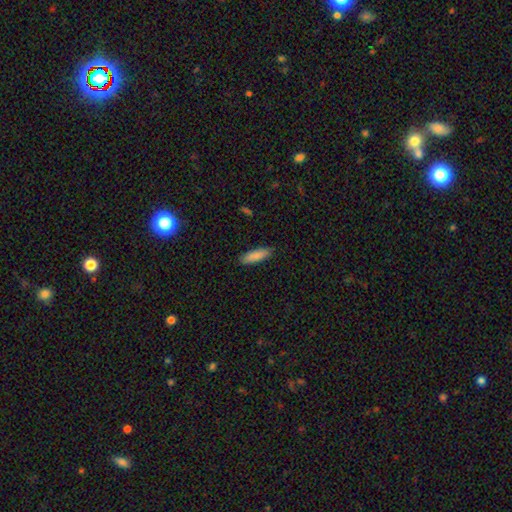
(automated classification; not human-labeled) Q: Smooth or featured?
A: smooth (87%); runner-up: featured or disk (7%)
Q: How rounded?
A: cigar-shaped (61%); runner-up: in between (37%)
Q: Merging?
A: none (87%); runner-up: minor disturbance (10%)